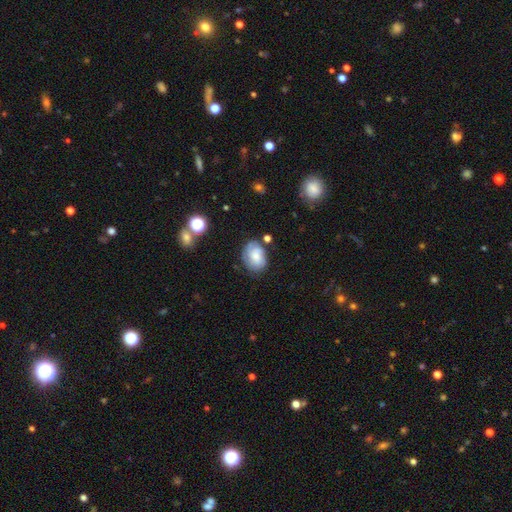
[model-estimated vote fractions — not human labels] The model was most divided on "smooth or featured": featured or disk: 49%, smooth: 42%, star or artifact: 9%. More confident: merging — none (66%).